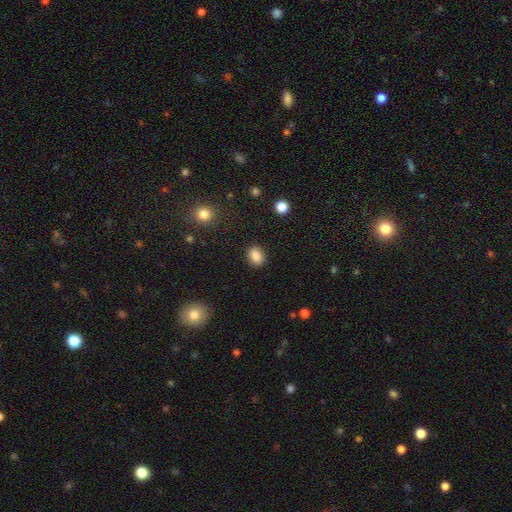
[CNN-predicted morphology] Smooth or featured?
  - smooth: 86% *
  - star or artifact: 9%
  - featured or disk: 5%
How rounded?
  - in between: 62% *
  - round: 37%
  - cigar-shaped: 1%
Merging?
  - none: 87% *
  - minor disturbance: 9%
  - major disturbance: 3%
  - merger: 2%